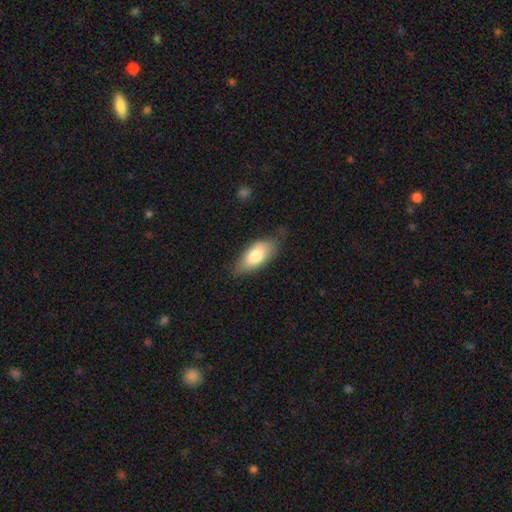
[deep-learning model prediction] Overall: smooth (77%). How rounded: in between (87%). Merging: none (69%).